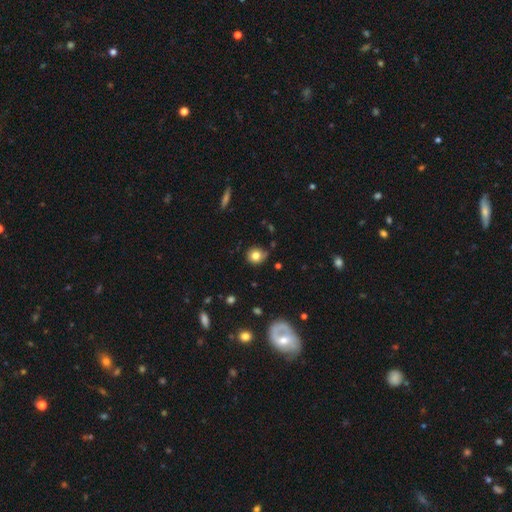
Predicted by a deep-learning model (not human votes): smooth-or-featured: smooth: 79% | star or artifact: 11% | featured or disk: 10%
  how-rounded: round: 83% | in between: 16% | cigar-shaped: 1%
  merging: none: 71% | minor disturbance: 21% | major disturbance: 5% | merger: 3%